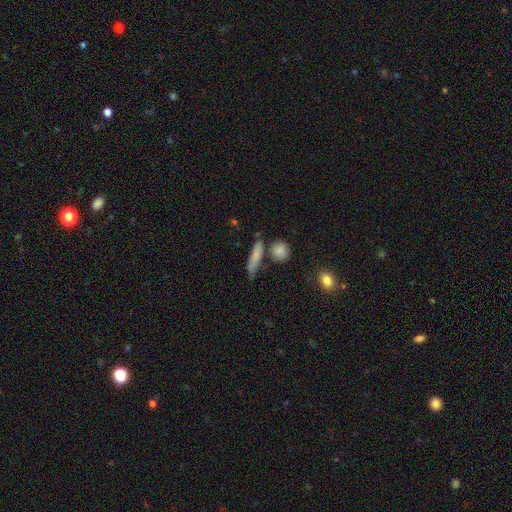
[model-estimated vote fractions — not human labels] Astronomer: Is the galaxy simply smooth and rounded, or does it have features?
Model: smooth — 75%.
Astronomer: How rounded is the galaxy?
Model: cigar-shaped — 75%.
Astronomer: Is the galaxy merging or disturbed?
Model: none — 67%.